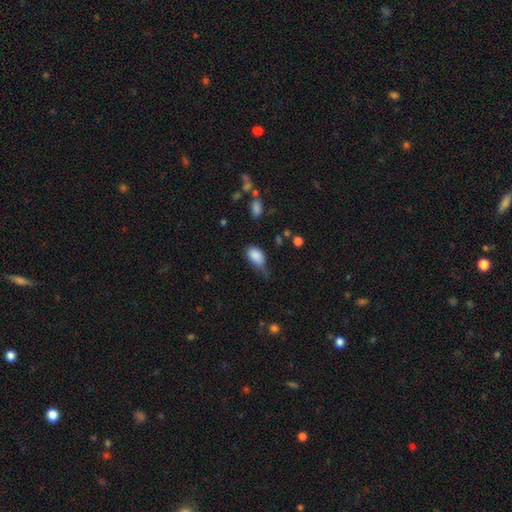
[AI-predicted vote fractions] This is clearly a smooth galaxy (86%). How rounded: clearly in between (89%). Merging: marginally minor disturbance (45%).